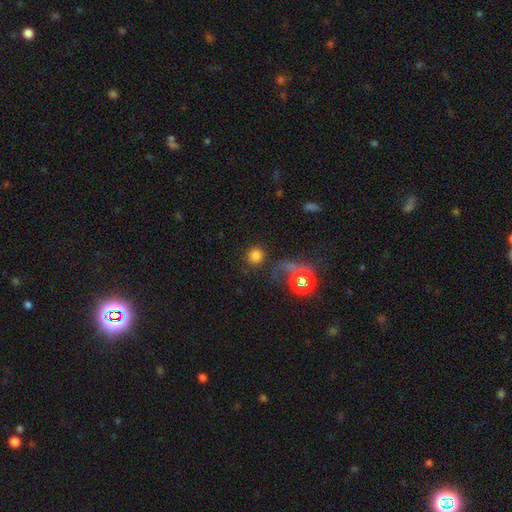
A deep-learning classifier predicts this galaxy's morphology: smooth-or-featured: smooth: 78% | star or artifact: 16% | featured or disk: 6%
  how-rounded: round: 91% | in between: 8% | cigar-shaped: 1%
  merging: none: 77% | minor disturbance: 9% | major disturbance: 7% | merger: 7%